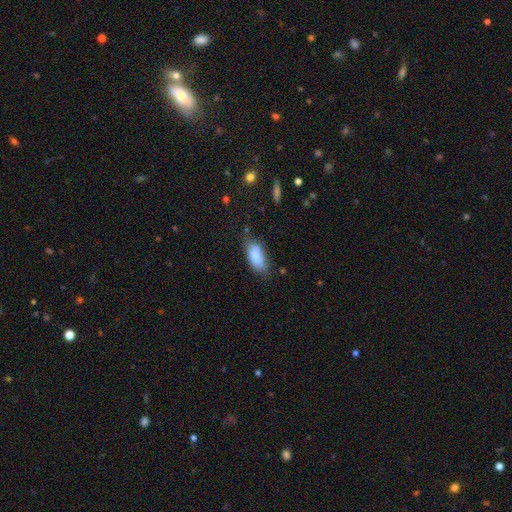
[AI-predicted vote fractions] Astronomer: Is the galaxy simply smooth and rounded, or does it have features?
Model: smooth — 85%.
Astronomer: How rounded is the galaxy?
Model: in between — 86%.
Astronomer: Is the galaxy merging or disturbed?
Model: none — 67%.